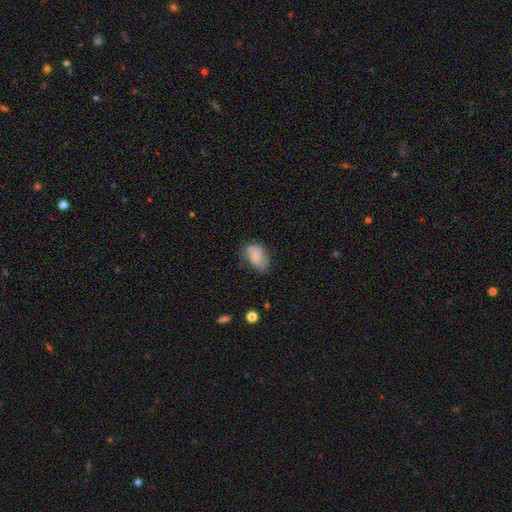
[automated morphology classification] This appears to be a smooth galaxy with no disk features (53%) that is in between round and cigar-shaped (85%). Merging: none (49%).